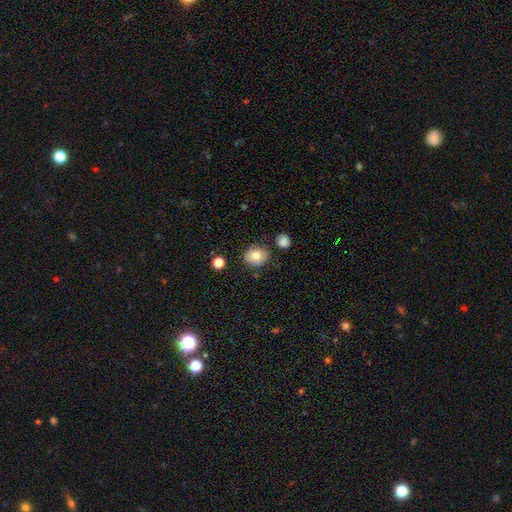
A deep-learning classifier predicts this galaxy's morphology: A smooth galaxy with no disk features (80%) that is round (61%).

Vote fractions:
- Smooth or featured? smooth: 80% / featured or disk: 11% / star or artifact: 9%
- How rounded? round: 61% / in between: 38% / cigar-shaped: 1%
- Merging? none: 79% / minor disturbance: 14% / merger: 4% / major disturbance: 3%